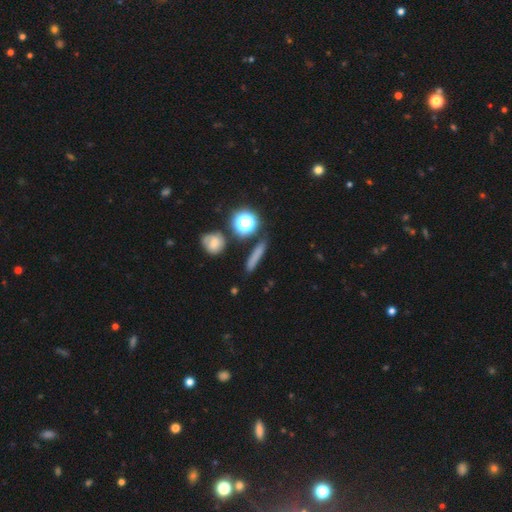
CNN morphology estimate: smooth 67%, featured or disk 17%, star or artifact 16%. Down the decision tree: how rounded — cigar-shaped (73%); merging — none (83%).